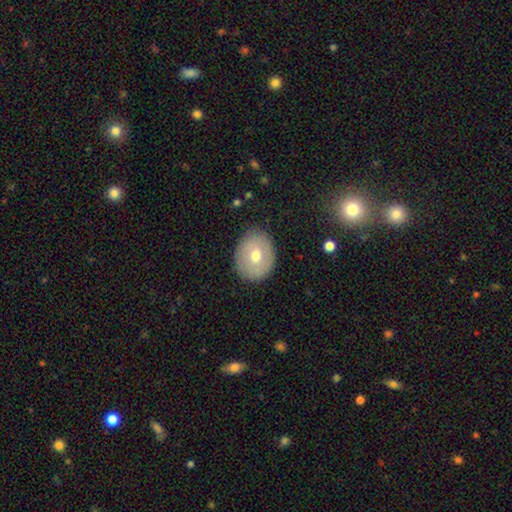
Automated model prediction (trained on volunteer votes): Morphology: type=smooth (62%); roundness=round (52%); merging=none (85%).